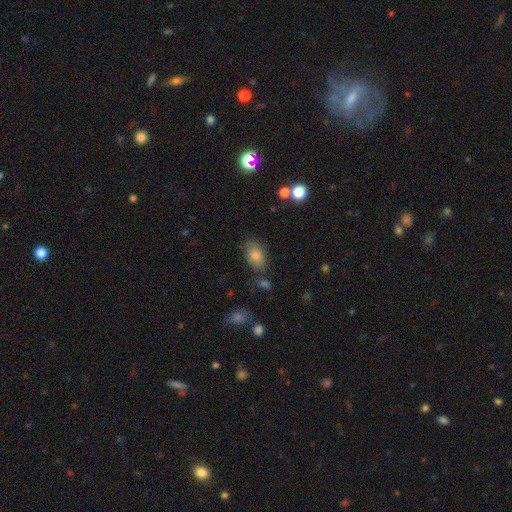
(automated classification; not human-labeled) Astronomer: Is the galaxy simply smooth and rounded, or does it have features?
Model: smooth — 77%.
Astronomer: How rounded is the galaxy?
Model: in between — 89%.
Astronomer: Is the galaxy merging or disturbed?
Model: none — 75%.